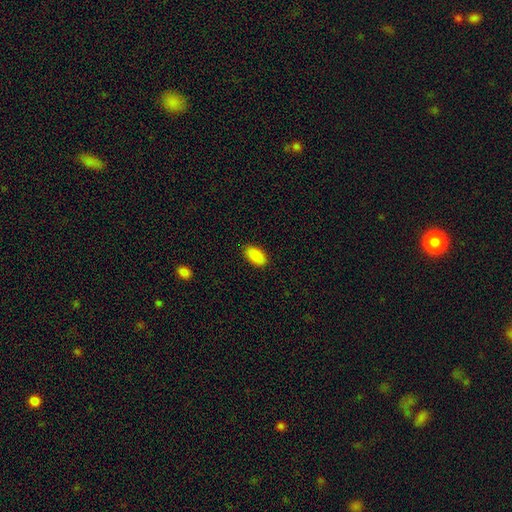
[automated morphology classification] A smooth galaxy with no disk features (90%) that is in between round and cigar-shaped (91%). Merging: none (89%).